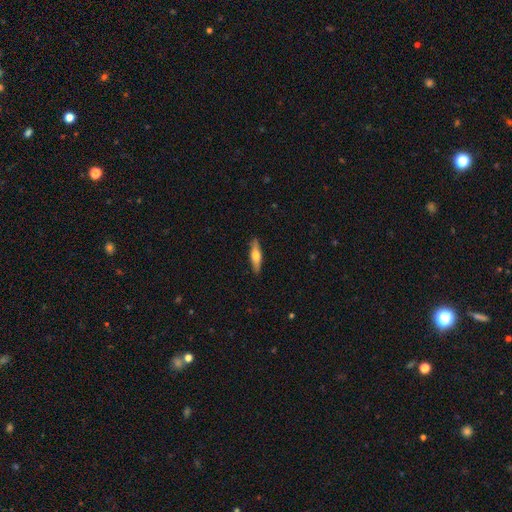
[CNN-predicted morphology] A smooth galaxy with no disk features (52%) that is cigar-shaped (68%). Merging: none (89%).